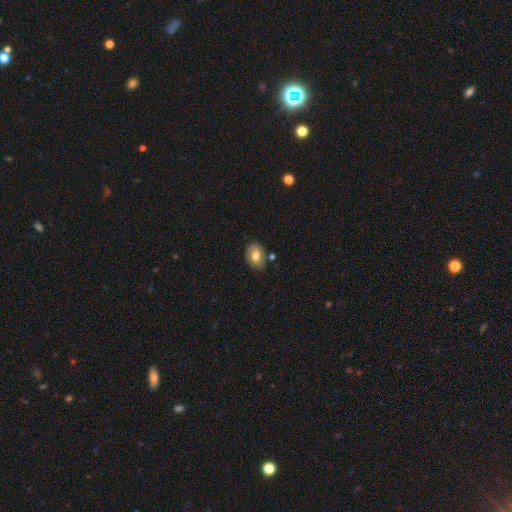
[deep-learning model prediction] Smooth or featured: smooth — 59% (featured or disk — 33%)
How rounded: in between — 72% (round — 26%)
Merging: none — 72% (minor disturbance — 18%)